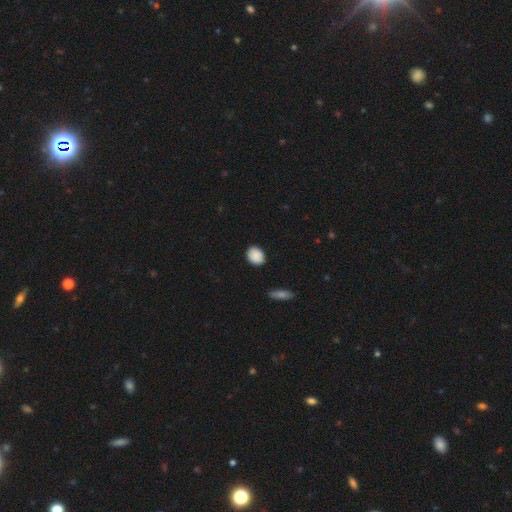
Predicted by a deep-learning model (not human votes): smooth-or-featured: smooth: 90% | star or artifact: 7% | featured or disk: 3%
  how-rounded: in between: 53% | round: 46% | cigar-shaped: 1%
  merging: none: 88% | minor disturbance: 9% | major disturbance: 2% | merger: 1%